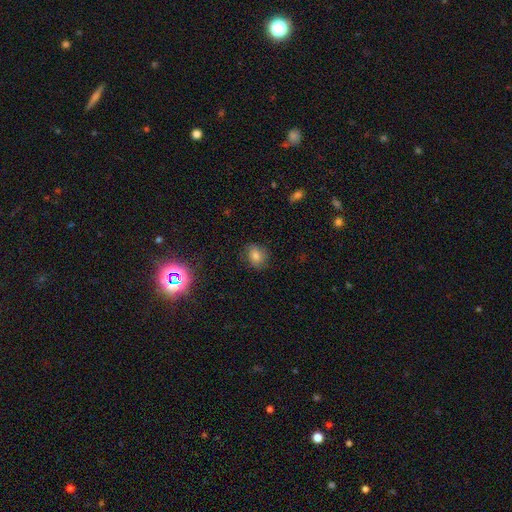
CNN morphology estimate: type=smooth (71%); roundness=round (63%); merging=none (82%).